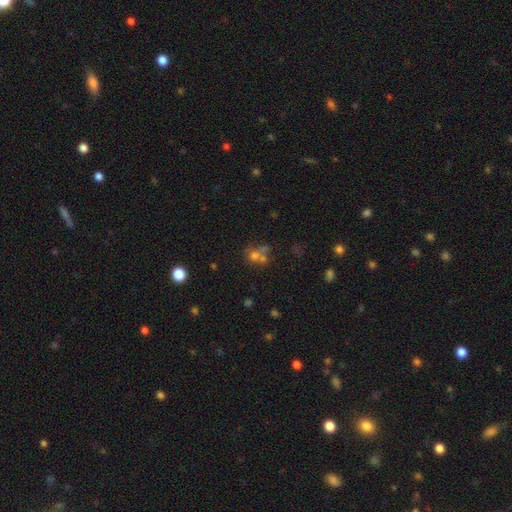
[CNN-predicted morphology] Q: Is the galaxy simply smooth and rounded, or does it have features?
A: smooth — 55%.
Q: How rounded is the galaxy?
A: round — 77%.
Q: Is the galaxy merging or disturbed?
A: merger — 43%.